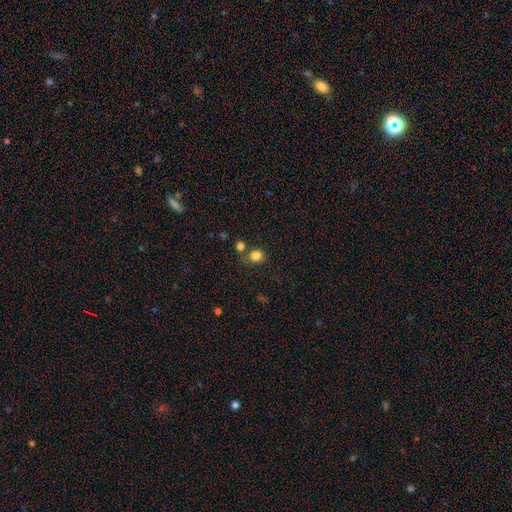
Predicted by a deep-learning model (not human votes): A smooth galaxy with no disk features (82%) that is round (74%). Merging: none (68%).